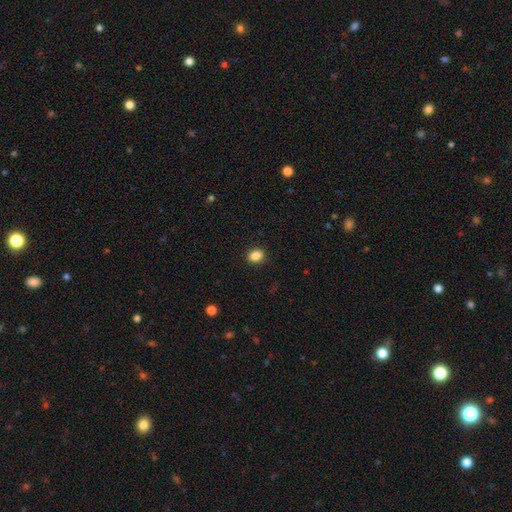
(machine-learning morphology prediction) Smooth or featured?
  - smooth: 86% *
  - star or artifact: 10%
  - featured or disk: 4%
How rounded?
  - round: 50% *
  - in between: 49%
  - cigar-shaped: 1%
Merging?
  - none: 90% *
  - minor disturbance: 7%
  - major disturbance: 2%
  - merger: 1%